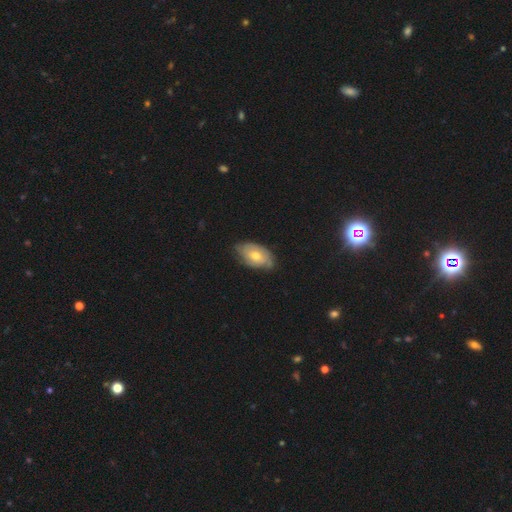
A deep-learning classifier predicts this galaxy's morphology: featured or disk 52%, smooth 40%, star or artifact 8%. Down the decision tree: edge-on disk — no (91%); merging — none (68%).